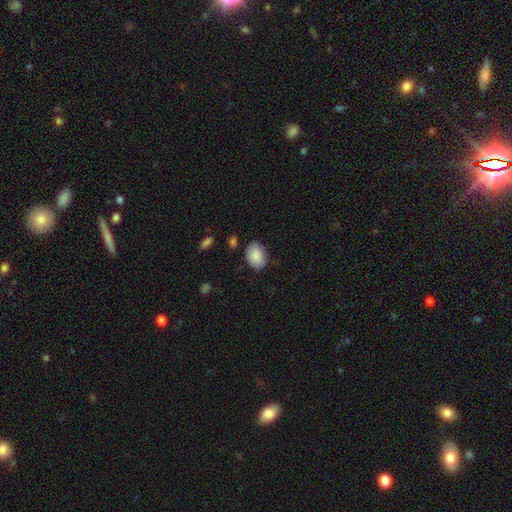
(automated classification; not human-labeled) A smooth galaxy with no disk features (88%) that is in between round and cigar-shaped (80%).

Vote fractions:
- Smooth or featured? smooth: 88% / star or artifact: 6% / featured or disk: 5%
- How rounded? in between: 80% / round: 19% / cigar-shaped: 1%
- Merging? none: 79% / minor disturbance: 15% / major disturbance: 3% / merger: 2%